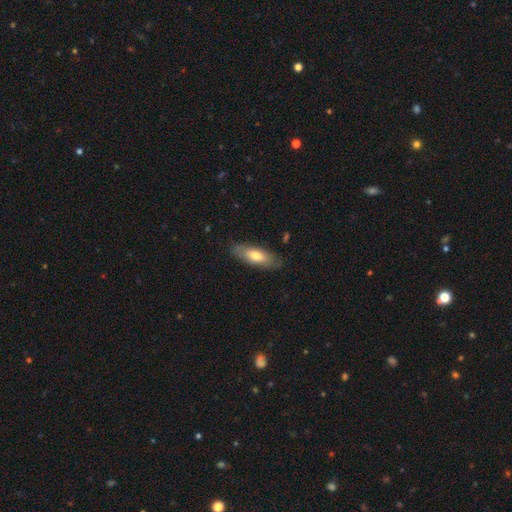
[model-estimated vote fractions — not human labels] This is likely a smooth galaxy (69%). How rounded: likely in between (66%). Merging: clearly none (82%).